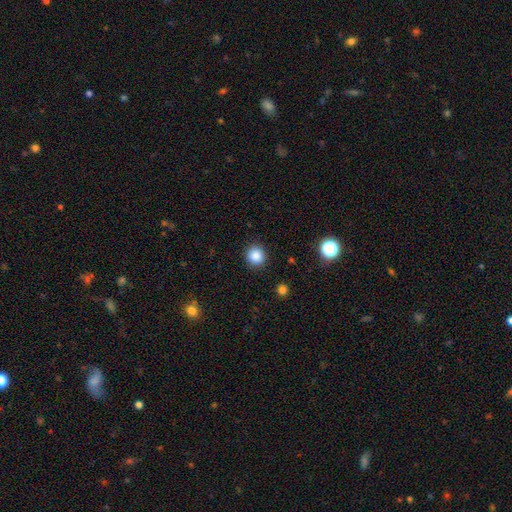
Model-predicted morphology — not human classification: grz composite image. It shows a smooth galaxy with no disk features (86%) that is round (90%). Merging: none (90%).